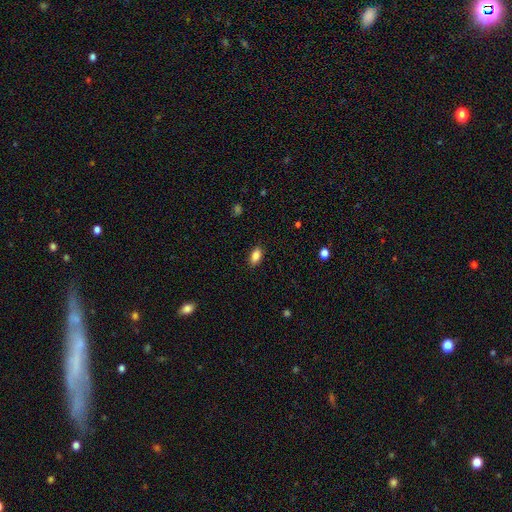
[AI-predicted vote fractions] This is clearly a smooth galaxy (86%). How rounded: clearly in between (90%). Merging: clearly none (88%).